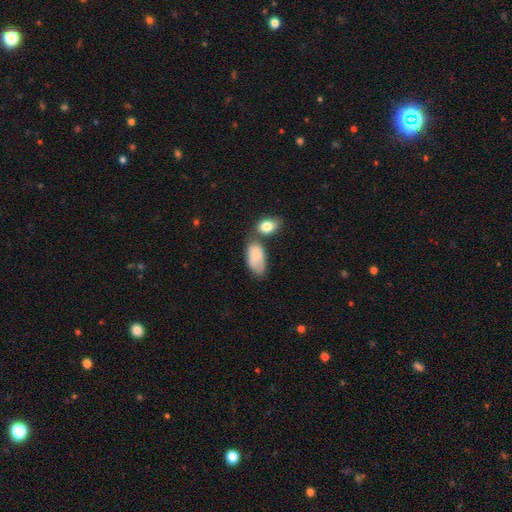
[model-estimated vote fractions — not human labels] Smooth or featured? smooth (77%)
How rounded? in between (93%)
Merging? none (39%)